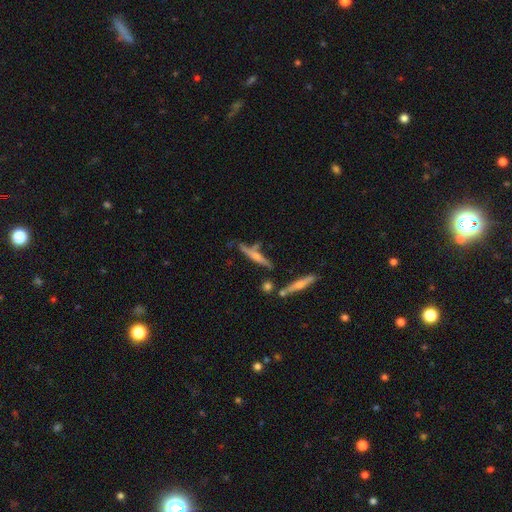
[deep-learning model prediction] Morphology: type=featured or disk (57%); edge-on=yes (93%); edge-on bulge=rounded (59%); merging=none (63%).